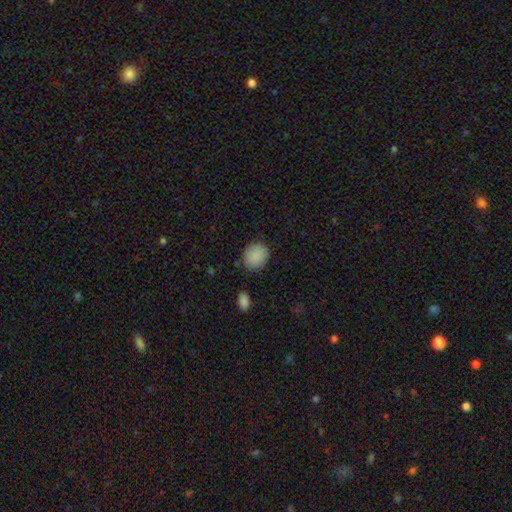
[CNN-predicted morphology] Smooth or featured? Predicted: smooth (p=0.89). How rounded? Predicted: round (p=0.59). Merging? Predicted: none (p=0.81).